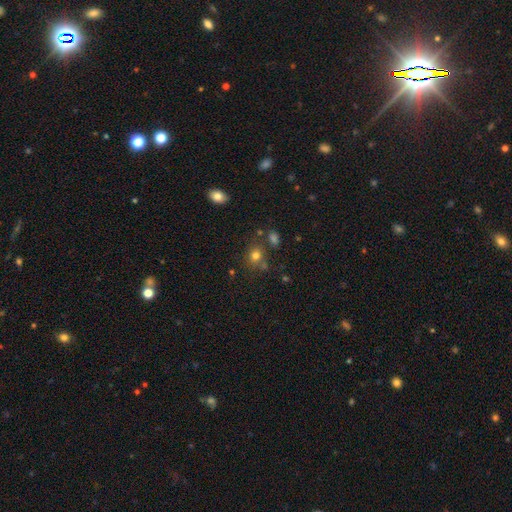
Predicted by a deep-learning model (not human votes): smooth_or_featured: smooth (p=0.75) [alt: star or artifact p=0.16]
how_rounded: round (p=0.73) [alt: in between p=0.26]
merging: none (p=0.71) [alt: minor disturbance p=0.13]